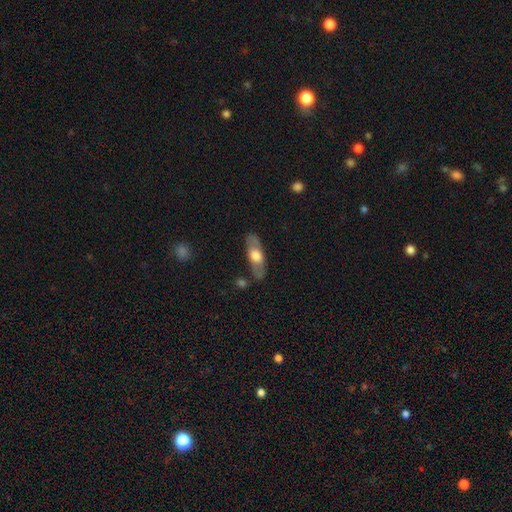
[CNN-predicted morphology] smooth_or_featured: smooth (p=0.51) [alt: featured or disk p=0.44]
how_rounded: in between (p=0.66) [alt: cigar-shaped p=0.30]
merging: none (p=0.79) [alt: minor disturbance p=0.14]